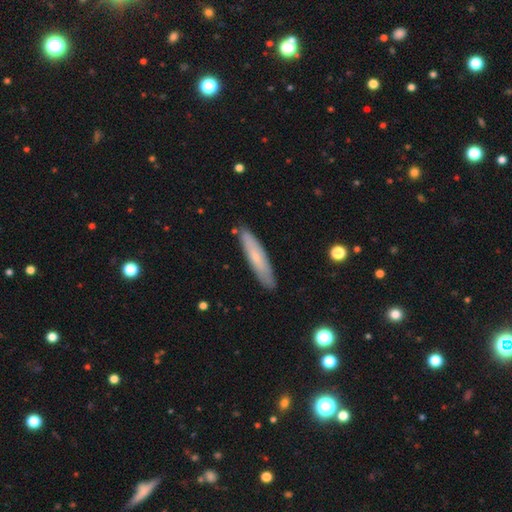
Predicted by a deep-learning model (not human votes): A smooth galaxy with no disk features (61%) that is cigar-shaped (85%). Merging: none (86%).